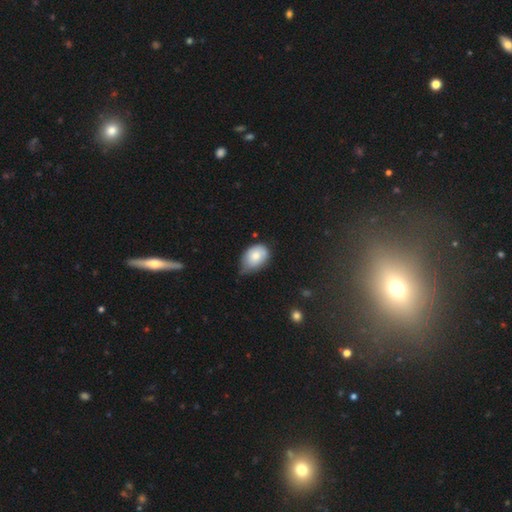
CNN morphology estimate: smooth 79%, featured or disk 14%, star or artifact 7%. Down the decision tree: how rounded — in between (81%); merging — minor disturbance (52%).